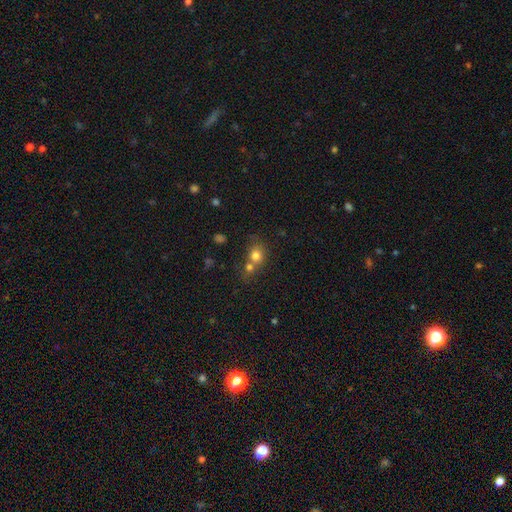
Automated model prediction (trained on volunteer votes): Morphology: type=smooth (76%); roundness=round (76%); merging=merger (49%).